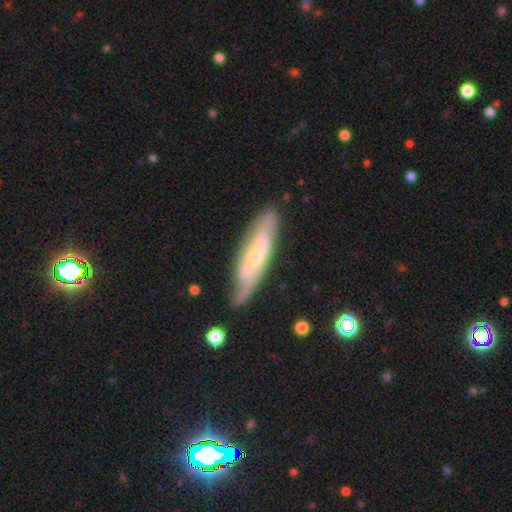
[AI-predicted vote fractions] smooth_or_featured: featured or disk (p=0.69) [alt: smooth p=0.25]
disk_edge_on: no (p=0.67) [alt: yes p=0.33]
merging: none (p=0.75) [alt: minor disturbance p=0.19]